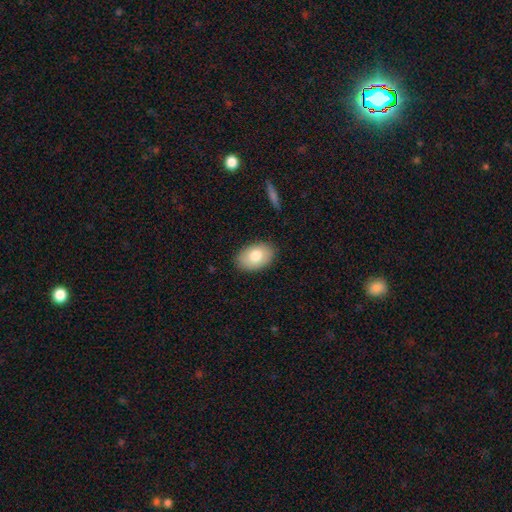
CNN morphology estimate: smooth-or-featured: smooth: 78% | featured or disk: 15% | star or artifact: 7%
  how-rounded: in between: 89% | round: 10% | cigar-shaped: 1%
  merging: none: 86% | minor disturbance: 11% | major disturbance: 2% | merger: 1%